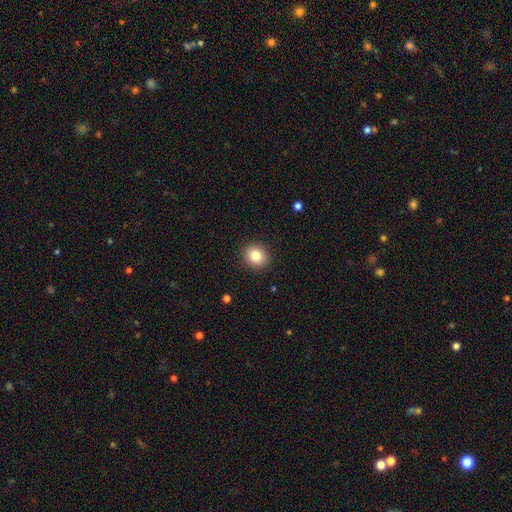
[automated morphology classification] Smooth or featured? smooth (83%)
How rounded? round (79%)
Merging? none (91%)